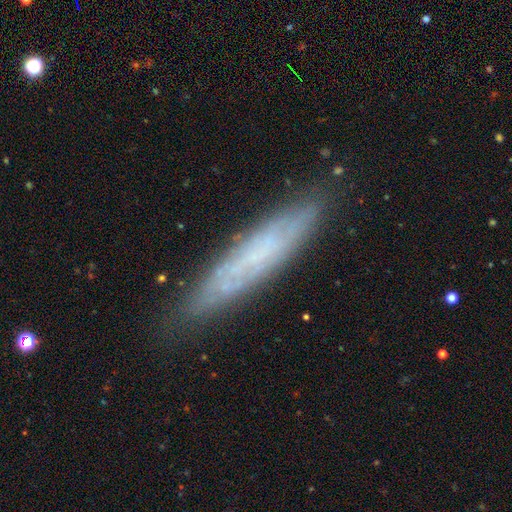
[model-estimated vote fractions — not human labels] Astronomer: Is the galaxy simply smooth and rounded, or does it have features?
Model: featured or disk — 52% (runner-up: smooth, 39%).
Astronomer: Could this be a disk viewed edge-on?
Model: yes — 64%.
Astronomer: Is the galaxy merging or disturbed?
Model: none — 82%.